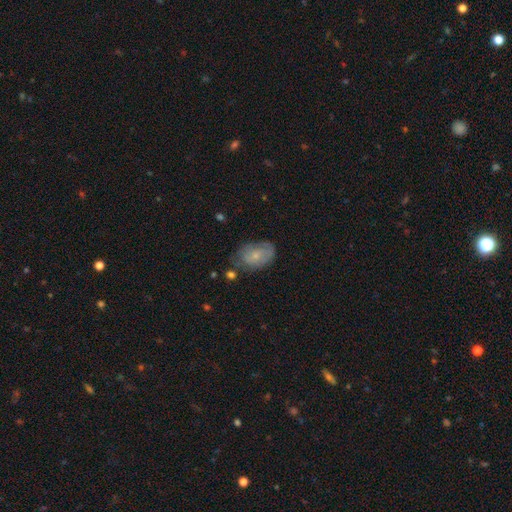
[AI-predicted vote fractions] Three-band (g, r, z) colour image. It shows a smooth galaxy with no disk features (57%) that is in between round and cigar-shaped (85%). Merging: none (55%).